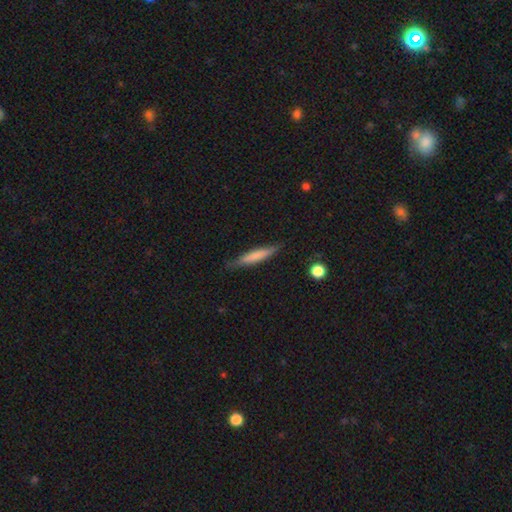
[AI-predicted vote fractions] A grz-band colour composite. It shows a smooth galaxy with no disk features (67%) that is cigar-shaped (90%). Merging: none (82%).